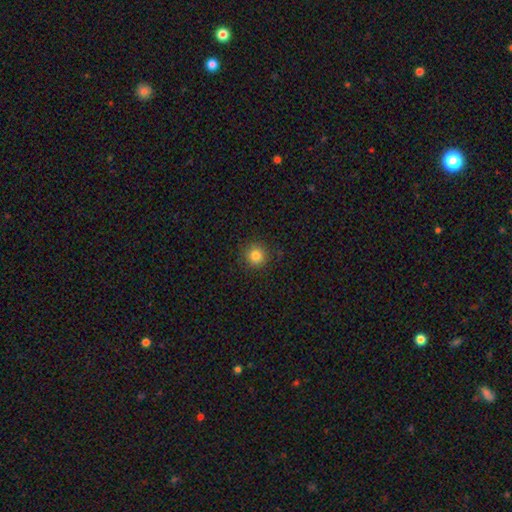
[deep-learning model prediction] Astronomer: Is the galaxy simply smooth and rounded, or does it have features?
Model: smooth — 83%.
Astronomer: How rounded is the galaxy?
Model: round — 94%.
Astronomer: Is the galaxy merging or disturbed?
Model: none — 90%.